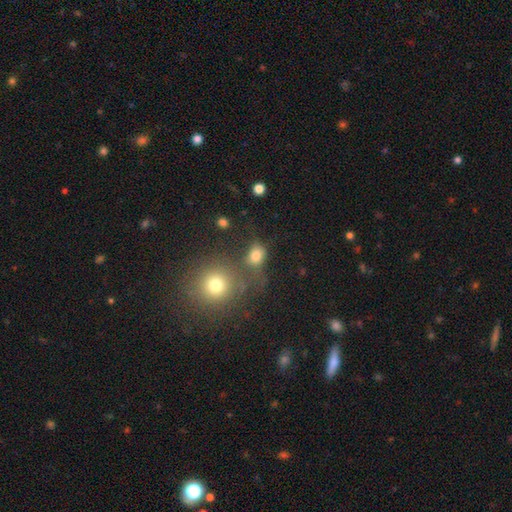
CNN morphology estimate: Q: Smooth or featured?
A: smooth (77%); runner-up: star or artifact (14%)
Q: How rounded?
A: round (51%); runner-up: in between (47%)
Q: Merging?
A: none (49%); runner-up: merger (20%)